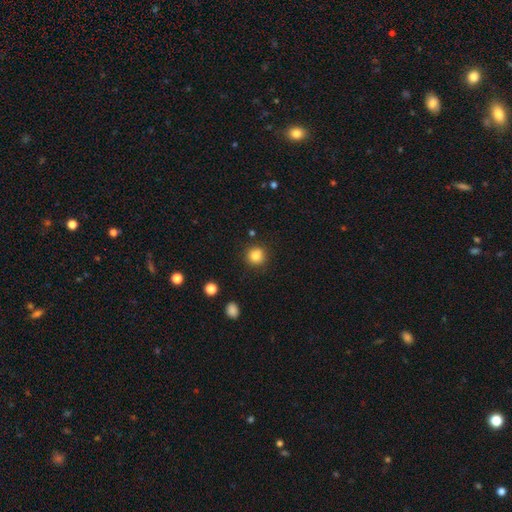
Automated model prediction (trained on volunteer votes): smooth-or-featured: smooth: 84% | star or artifact: 11% | featured or disk: 5%
  how-rounded: round: 92% | in between: 7% | cigar-shaped: 1%
  merging: none: 87% | minor disturbance: 8% | merger: 2% | major disturbance: 2%